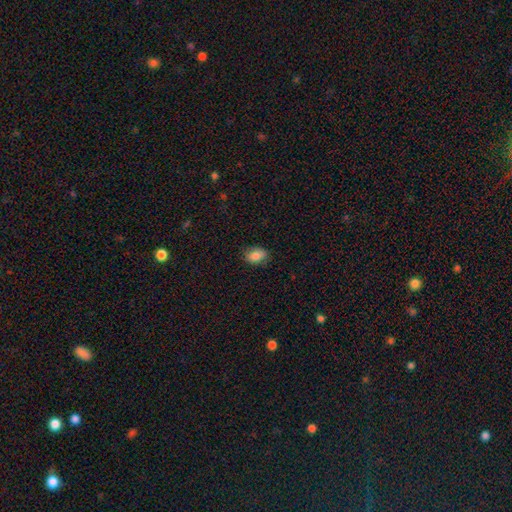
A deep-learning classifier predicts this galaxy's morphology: A smooth galaxy with no disk features (83%) that is in between round and cigar-shaped (82%).

Vote fractions:
- Smooth or featured? smooth: 83% / featured or disk: 9% / star or artifact: 8%
- How rounded? in between: 82% / round: 17% / cigar-shaped: 2%
- Merging? none: 80% / minor disturbance: 16% / major disturbance: 3% / merger: 1%